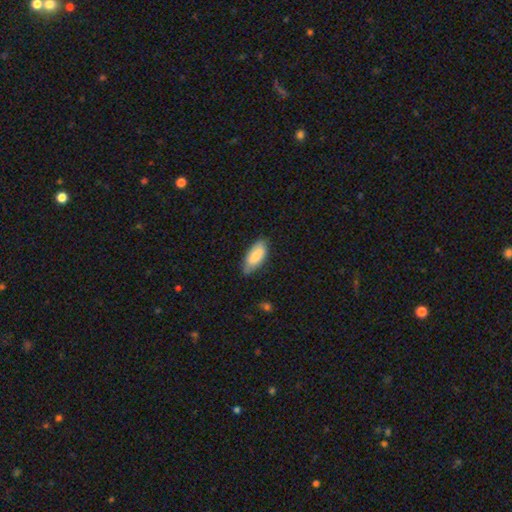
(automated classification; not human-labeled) A smooth galaxy with no disk features (75%) that is in between round and cigar-shaped (84%).

Vote fractions:
- Smooth or featured? smooth: 75% / featured or disk: 19% / star or artifact: 6%
- How rounded? in between: 84% / cigar-shaped: 15% / round: 2%
- Merging? none: 75% / minor disturbance: 20% / major disturbance: 3% / merger: 1%